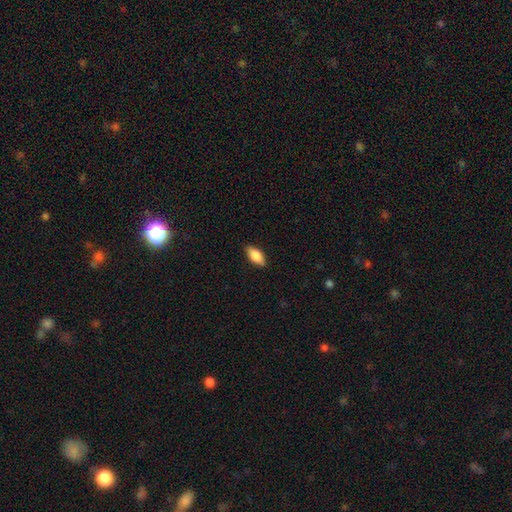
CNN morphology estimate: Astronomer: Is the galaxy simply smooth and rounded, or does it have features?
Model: smooth — 83%.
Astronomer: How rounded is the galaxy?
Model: in between — 88%.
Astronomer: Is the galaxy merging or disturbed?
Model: none — 87%.